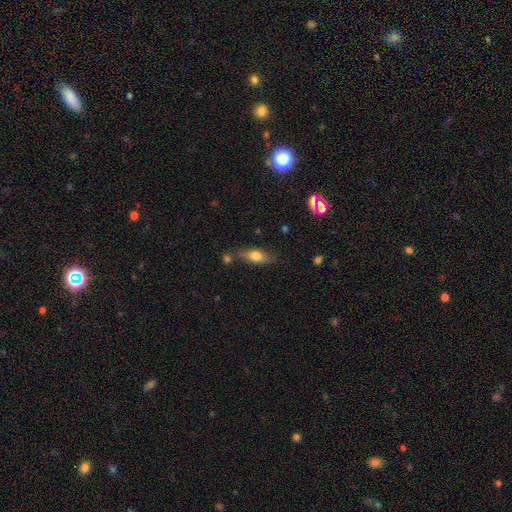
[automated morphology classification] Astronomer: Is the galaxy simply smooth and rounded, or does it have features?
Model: smooth — 67%.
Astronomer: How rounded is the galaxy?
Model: in between — 71%.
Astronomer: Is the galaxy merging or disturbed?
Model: none — 69%.